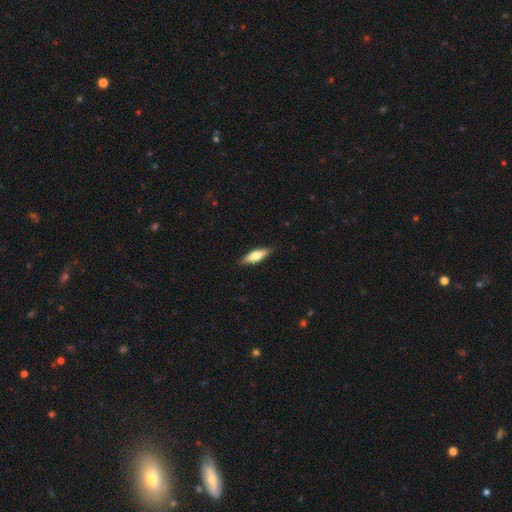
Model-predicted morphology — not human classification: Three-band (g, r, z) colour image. It shows a smooth galaxy with no disk features (55%) that is cigar-shaped (53%). Merging: none (88%).